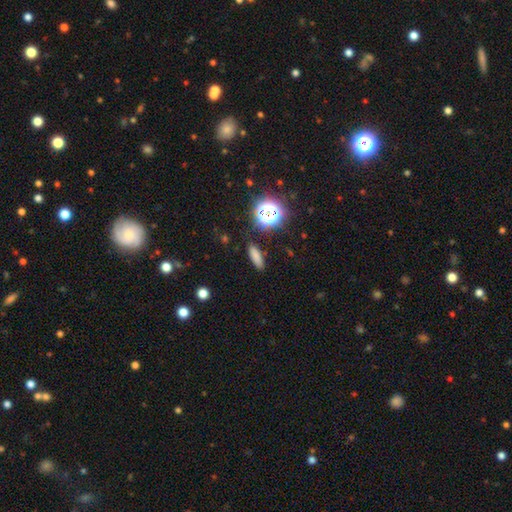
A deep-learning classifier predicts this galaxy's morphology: Smooth or featured: smooth — 75% (star or artifact — 18%)
How rounded: cigar-shaped — 53% (in between — 41%)
Merging: none — 86% (minor disturbance — 9%)